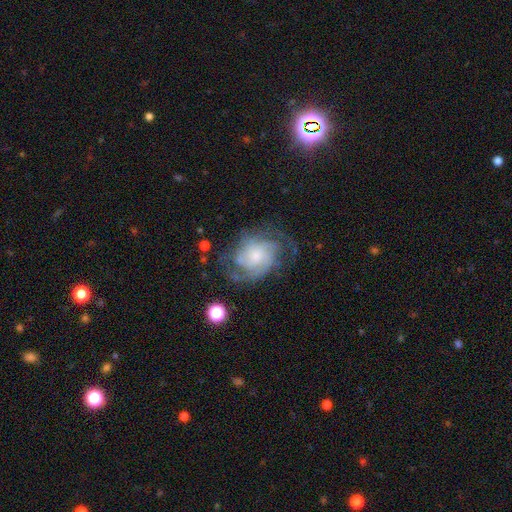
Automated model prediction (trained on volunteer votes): Smooth or featured: featured or disk — 77% (smooth — 15%)
Edge-on disk: no — 98% (yes — 2%)
Bar: no — 73% (weak — 24%)
Spiral arms: yes — 90% (no — 10%)
Spiral winding: tight — 45% (medium — 40%)
Spiral arm count: can't tell — 36% (2 — 26%)
Bulge size: small — 49% (moderate — 35%)
Merging: none — 56% (minor disturbance — 22%)